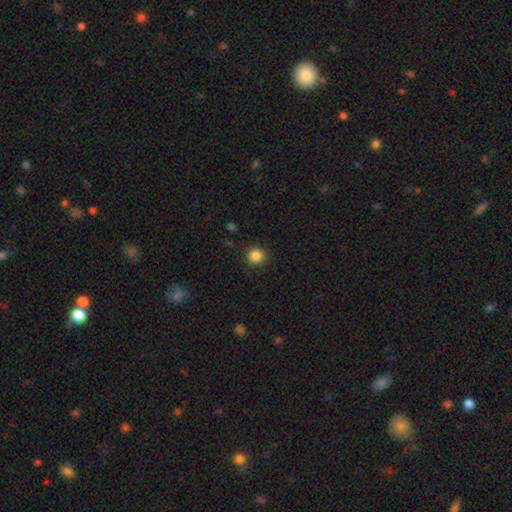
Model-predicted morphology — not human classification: This is clearly a smooth galaxy (86%). How rounded: clearly round (91%). Merging: clearly none (89%).